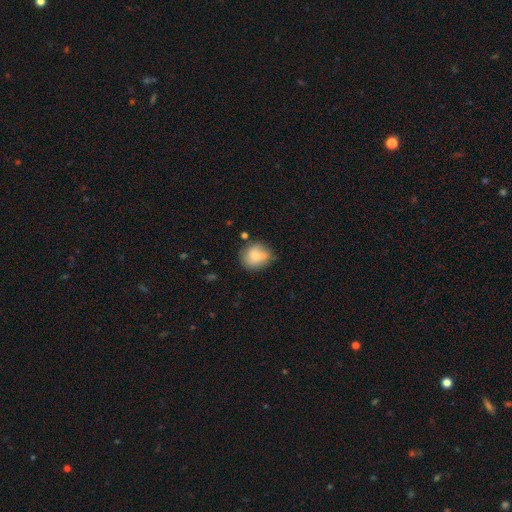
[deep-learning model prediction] Smooth or featured?
  - smooth: 73% *
  - featured or disk: 19%
  - star or artifact: 8%
How rounded?
  - round: 73% *
  - in between: 26%
  - cigar-shaped: 1%
Merging?
  - none: 57% *
  - minor disturbance: 23%
  - merger: 14%
  - major disturbance: 6%